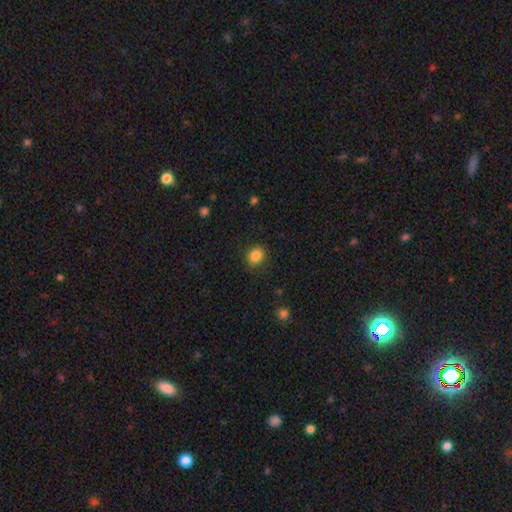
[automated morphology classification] smooth 86%, star or artifact 10%, featured or disk 4%. Down the decision tree: how rounded — round (58%); merging — none (86%).